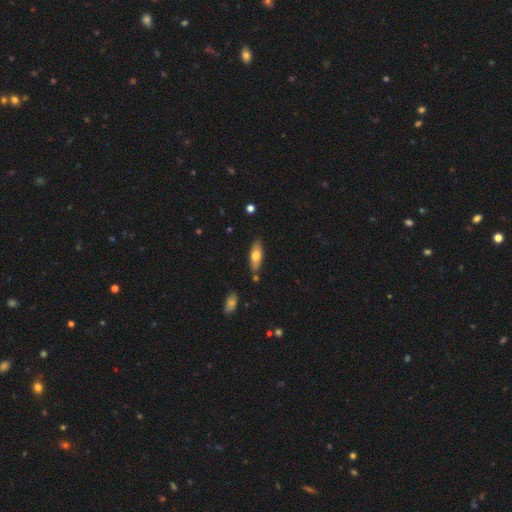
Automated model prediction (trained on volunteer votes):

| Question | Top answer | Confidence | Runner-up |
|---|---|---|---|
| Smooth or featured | smooth | 68% | featured or disk (25%) |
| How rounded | in between | 61% | cigar-shaped (37%) |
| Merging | none | 80% | minor disturbance (13%) |